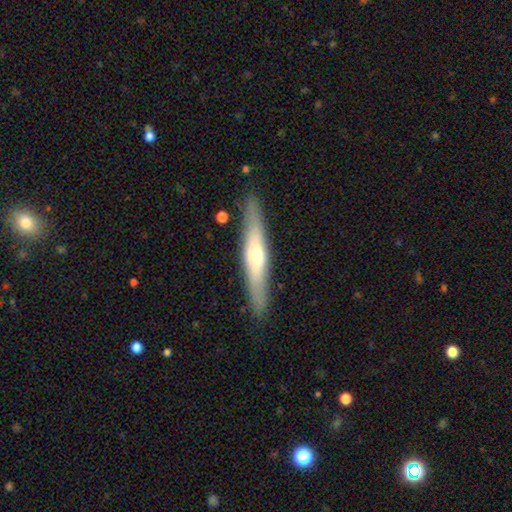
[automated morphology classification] type=featured or disk (54%); edge-on=yes (88%); merging=none (88%).